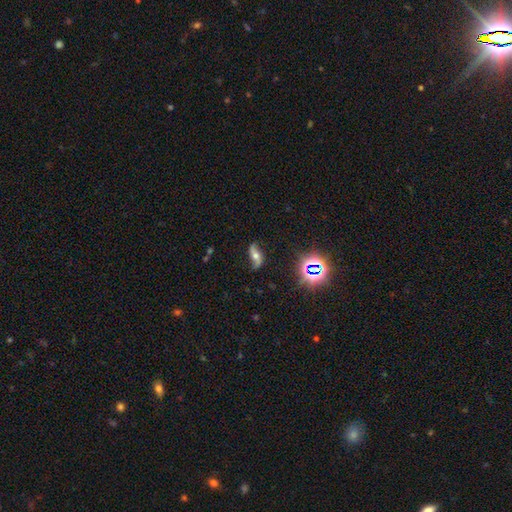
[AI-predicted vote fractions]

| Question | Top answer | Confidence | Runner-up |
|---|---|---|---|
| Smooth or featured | featured or disk | 69% | smooth (17%) |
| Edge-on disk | no | 90% | yes (10%) |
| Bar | no | 60% | weak (23%) |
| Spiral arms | yes | 90% | no (10%) |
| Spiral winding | loose | 85% | medium (11%) |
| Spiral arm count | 2 | 91% | 1 (3%) |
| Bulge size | moderate | 64% | small (22%) |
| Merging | none | 76% | minor disturbance (16%) |